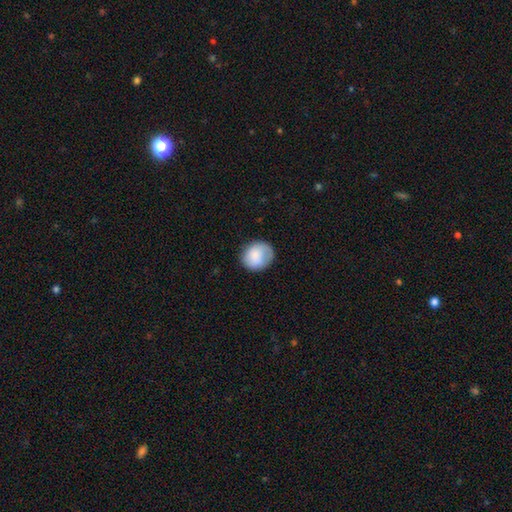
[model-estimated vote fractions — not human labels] smooth 81%, featured or disk 12%, star or artifact 7%. Down the decision tree: how rounded — round (69%); merging — none (75%).